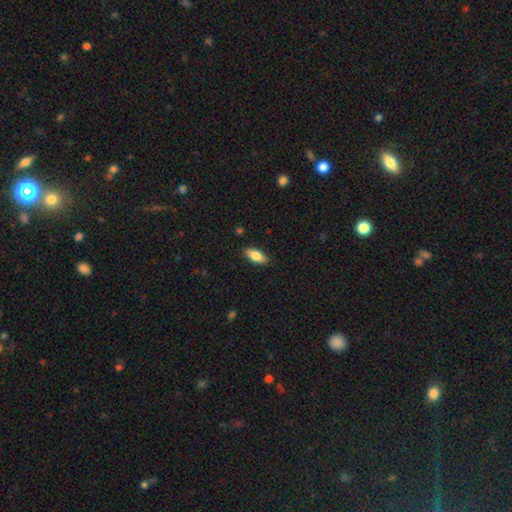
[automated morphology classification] This is clearly a smooth galaxy (81%). How rounded: clearly in between (82%). Merging: clearly none (87%).